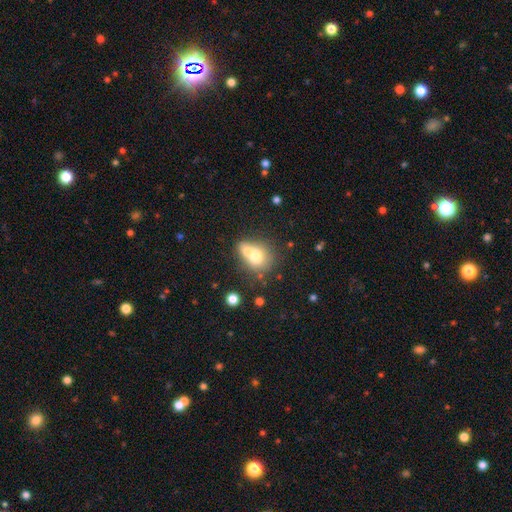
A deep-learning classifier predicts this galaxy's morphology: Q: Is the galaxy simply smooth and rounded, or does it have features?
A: smooth — 67%.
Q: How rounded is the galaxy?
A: round — 63%.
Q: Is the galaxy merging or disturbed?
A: merger — 57%.